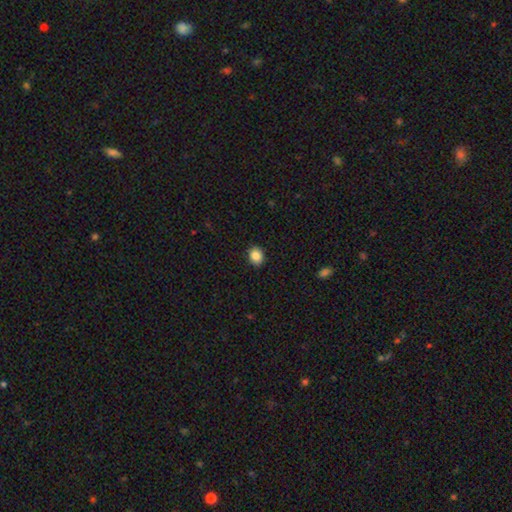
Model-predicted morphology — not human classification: smooth-or-featured: smooth: 87% | star or artifact: 9% | featured or disk: 4%
  how-rounded: round: 58% | in between: 42% | cigar-shaped: 1%
  merging: none: 90% | minor disturbance: 8% | major disturbance: 2% | merger: 1%